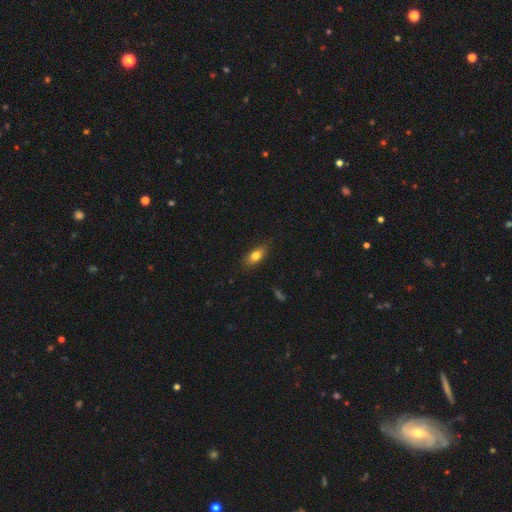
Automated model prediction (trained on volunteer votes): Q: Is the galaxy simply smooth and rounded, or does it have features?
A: smooth — 79%.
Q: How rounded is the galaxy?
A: in between — 81%.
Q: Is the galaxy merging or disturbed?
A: none — 82%.